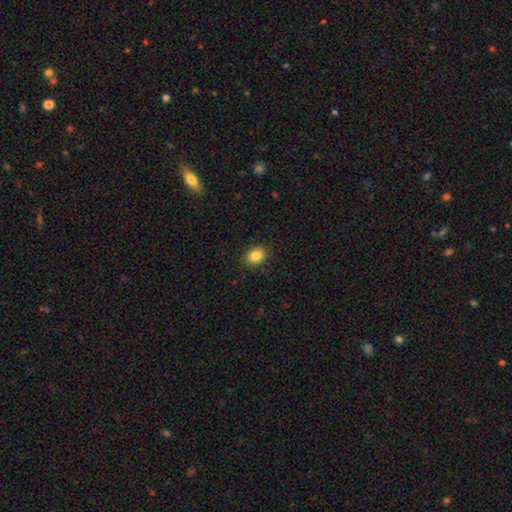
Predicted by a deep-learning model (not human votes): Morphology: type=smooth (84%); roundness=in between (66%); merging=none (89%).